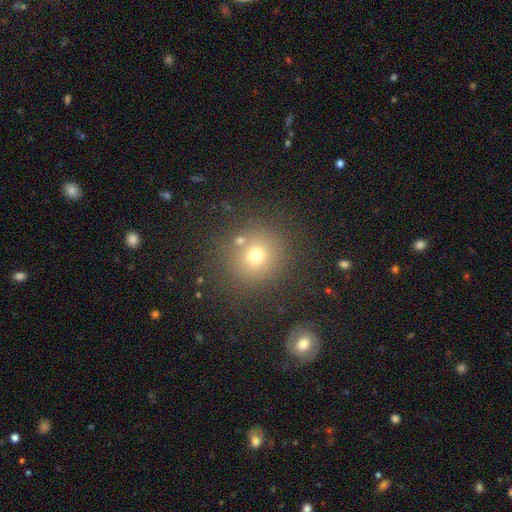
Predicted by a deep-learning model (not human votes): Smooth or featured?
  - smooth: 69% *
  - star or artifact: 20%
  - featured or disk: 11%
How rounded?
  - round: 91% *
  - in between: 8%
  - cigar-shaped: 1%
Merging?
  - none: 80% *
  - minor disturbance: 9%
  - merger: 7%
  - major disturbance: 4%